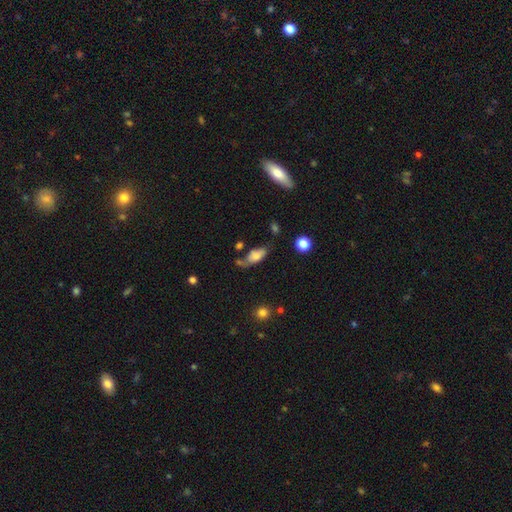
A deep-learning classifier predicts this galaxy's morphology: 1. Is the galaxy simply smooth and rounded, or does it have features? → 68% smooth, 23% featured or disk, 9% star or artifact.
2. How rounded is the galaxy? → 81% in between, 15% cigar-shaped, 4% round.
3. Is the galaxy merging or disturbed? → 44% none, 30% minor disturbance, 14% major disturbance, 12% merger.